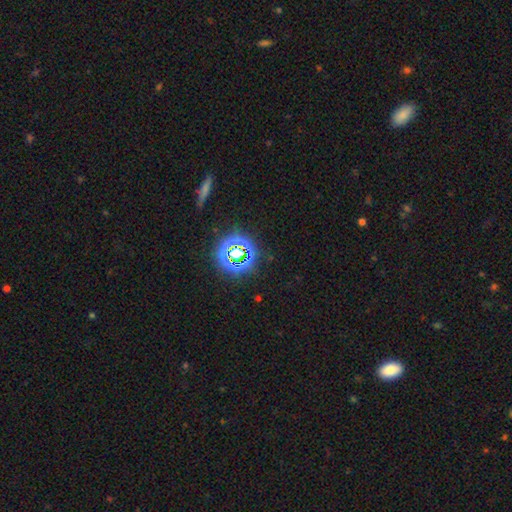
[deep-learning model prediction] This is likely a star or artifact rather than a galaxy (74%).